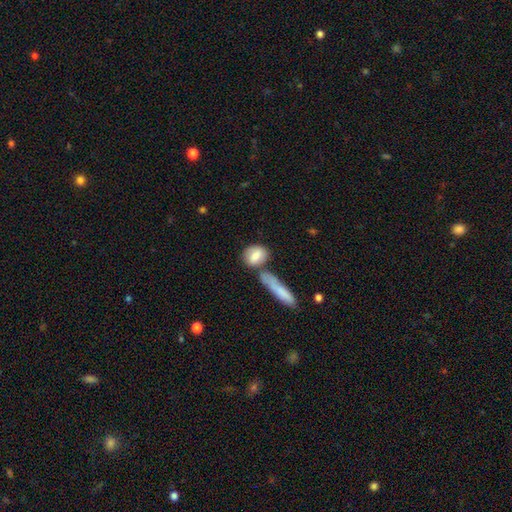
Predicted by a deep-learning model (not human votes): This appears to be a smooth galaxy with no disk features (75%) that is in between round and cigar-shaped (61%). Merging: none (54%).